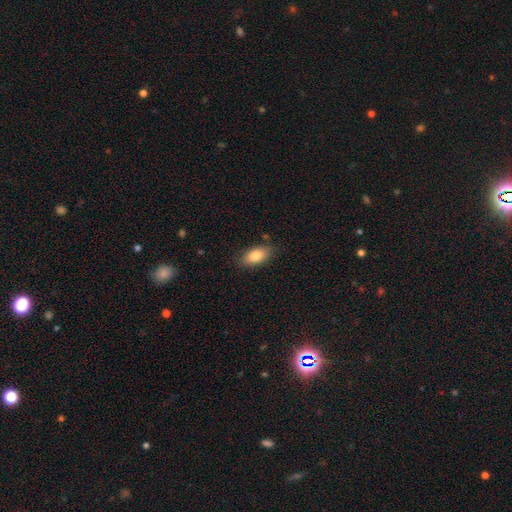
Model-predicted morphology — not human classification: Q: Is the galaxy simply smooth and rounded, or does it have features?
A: smooth — 81%.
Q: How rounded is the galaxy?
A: in between — 89%.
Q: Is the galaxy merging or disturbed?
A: none — 82%.